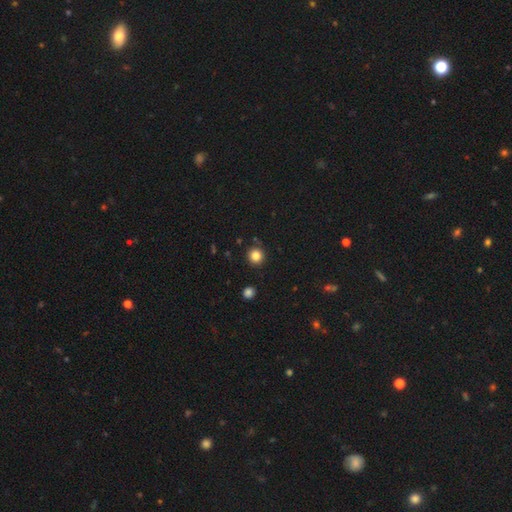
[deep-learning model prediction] Smooth or featured?
  - smooth: 83% *
  - star or artifact: 12%
  - featured or disk: 5%
How rounded?
  - round: 94% *
  - in between: 6%
  - cigar-shaped: 1%
Merging?
  - none: 90% *
  - minor disturbance: 6%
  - merger: 2%
  - major disturbance: 2%